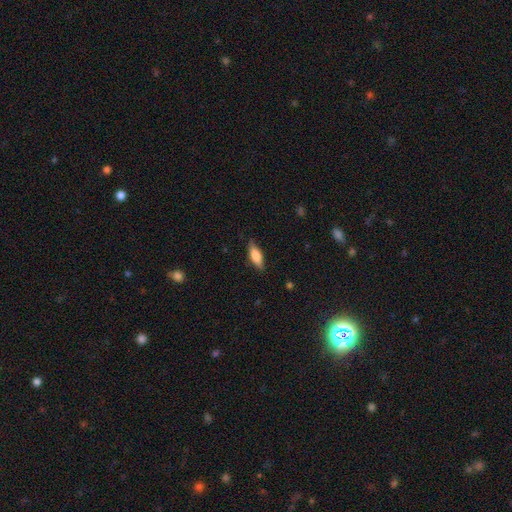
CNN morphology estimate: A smooth galaxy with no disk features (76%) that is in between round and cigar-shaped (66%). Merging: none (81%).